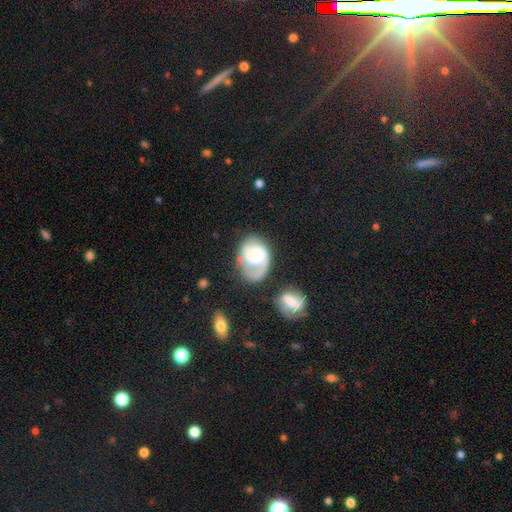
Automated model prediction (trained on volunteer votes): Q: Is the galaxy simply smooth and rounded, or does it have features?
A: featured or disk — 79%.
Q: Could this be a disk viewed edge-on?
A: no — 98%.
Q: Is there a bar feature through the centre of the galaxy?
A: no — 62%.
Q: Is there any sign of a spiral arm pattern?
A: yes — 95%.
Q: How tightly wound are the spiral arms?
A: medium — 44%.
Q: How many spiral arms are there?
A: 2 — 69%.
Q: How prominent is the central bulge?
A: moderate — 43%.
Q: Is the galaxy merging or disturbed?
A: none — 59%.